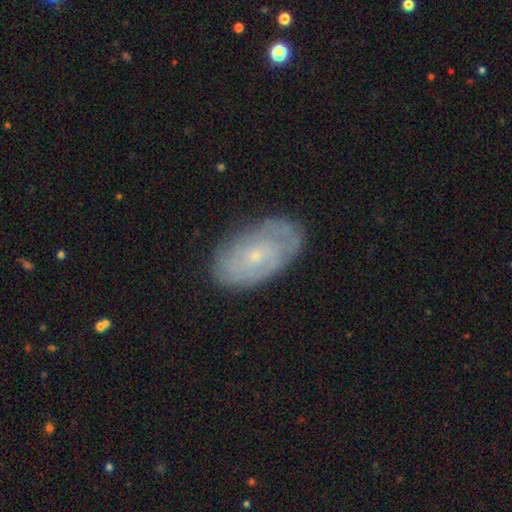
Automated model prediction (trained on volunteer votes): smooth-or-featured: featured or disk: 64% | smooth: 29% | star or artifact: 7%
  disk-edge-on: no: 94% | yes: 6%
    bar: no: 74% | weak: 22% | strong: 3%
    has-spiral-arms: yes: 81% | no: 19%
    bulge-size: small: 77% | moderate: 18% | none: 3% | large: 1% | dominant: 1%
  merging: none: 78% | minor disturbance: 17% | major disturbance: 4% | merger: 1%